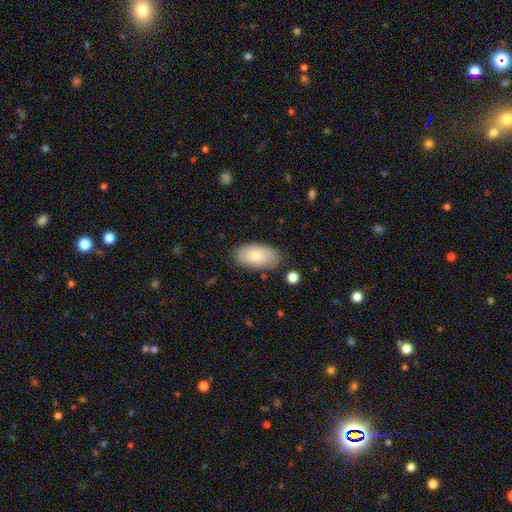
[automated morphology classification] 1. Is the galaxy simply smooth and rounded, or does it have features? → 63% smooth, 30% featured or disk, 7% star or artifact.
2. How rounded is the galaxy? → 94% in between, 4% round, 2% cigar-shaped.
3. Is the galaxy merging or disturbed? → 75% none, 19% minor disturbance, 4% major disturbance, 2% merger.